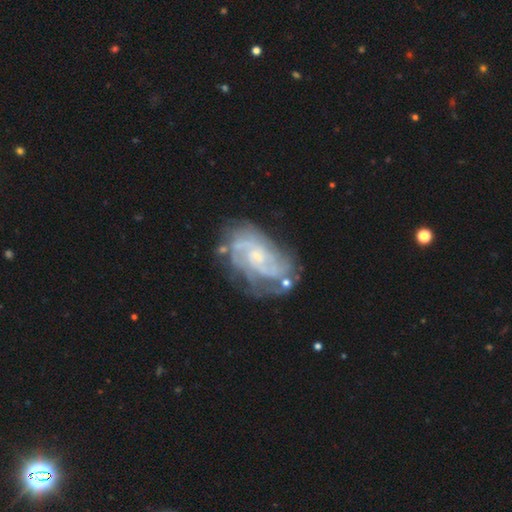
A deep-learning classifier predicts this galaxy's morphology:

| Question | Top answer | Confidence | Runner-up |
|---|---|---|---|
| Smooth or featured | featured or disk | 84% | smooth (10%) |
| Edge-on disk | no | 97% | yes (3%) |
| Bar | no | 66% | weak (29%) |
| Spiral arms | yes | 93% | no (7%) |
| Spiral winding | tight | 51% | medium (37%) |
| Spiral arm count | can't tell | 35% | 2 (28%) |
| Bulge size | small | 68% | moderate (25%) |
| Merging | none | 61% | minor disturbance (22%) |